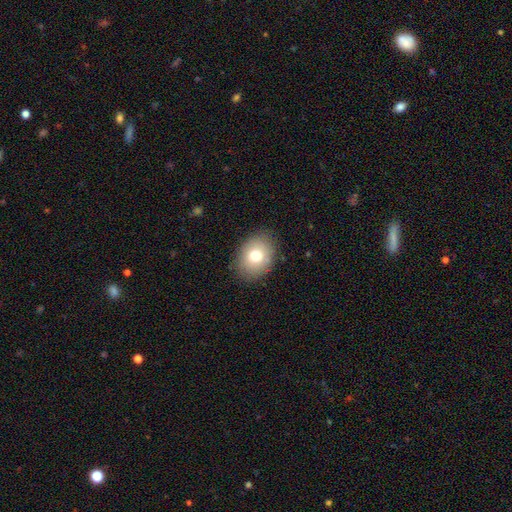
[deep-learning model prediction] This appears to be a smooth galaxy with no disk features (76%) that is in between round and cigar-shaped (61%). Merging: none (85%).